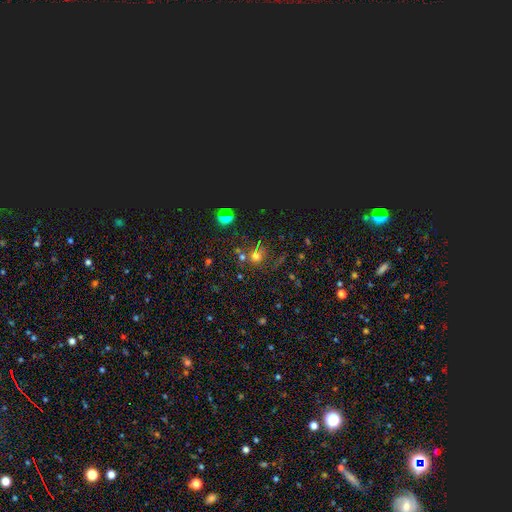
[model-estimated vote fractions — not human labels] smooth_or_featured: smooth (p=0.52) [alt: star or artifact p=0.38]
how_rounded: round (p=0.87) [alt: in between p=0.11]
merging: none (p=0.66) [alt: merger p=0.14]